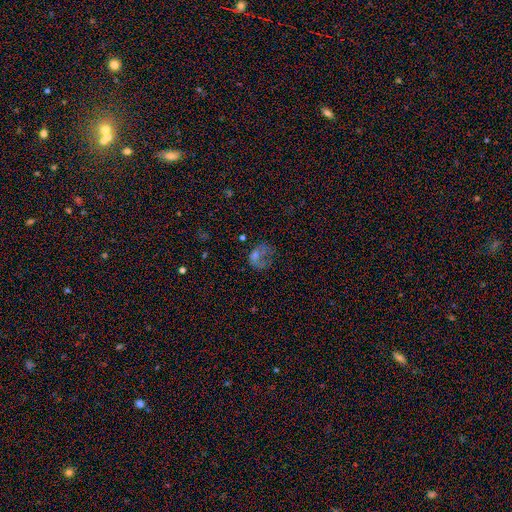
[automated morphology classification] type=smooth (47%); merging=major disturbance (42%).